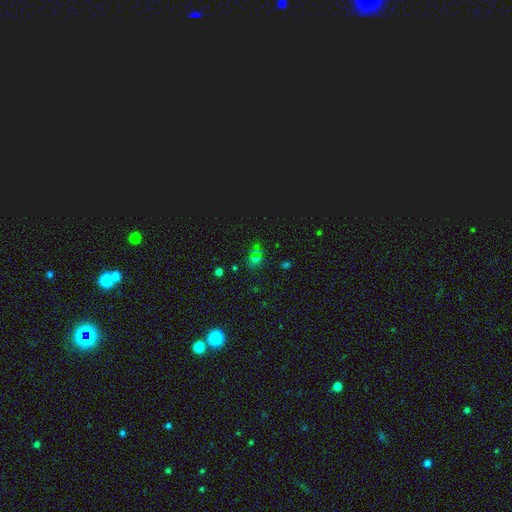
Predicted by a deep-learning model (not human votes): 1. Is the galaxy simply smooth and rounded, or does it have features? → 55% star or artifact, 36% smooth, 9% featured or disk.